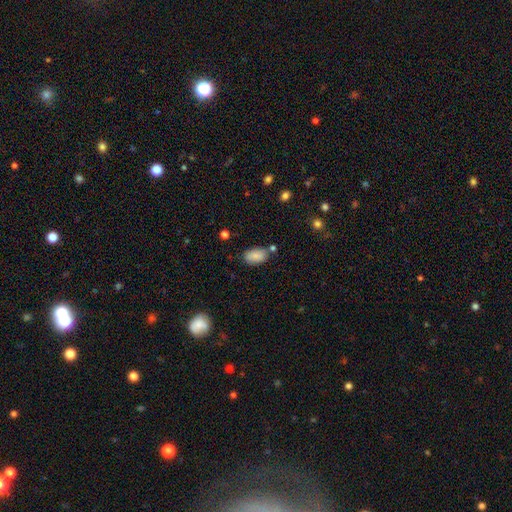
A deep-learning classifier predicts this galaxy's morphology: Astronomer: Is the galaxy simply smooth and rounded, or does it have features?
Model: smooth — 85%.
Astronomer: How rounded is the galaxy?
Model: in between — 93%.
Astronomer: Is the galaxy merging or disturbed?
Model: none — 73%.